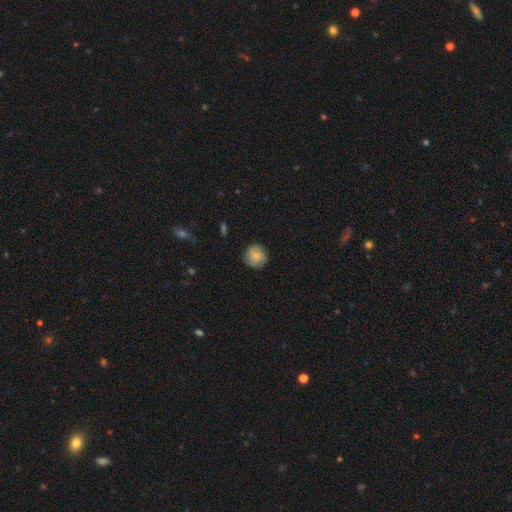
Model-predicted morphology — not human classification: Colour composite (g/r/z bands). It shows a smooth galaxy with no disk features (62%) that is round (91%). Merging: none (82%).